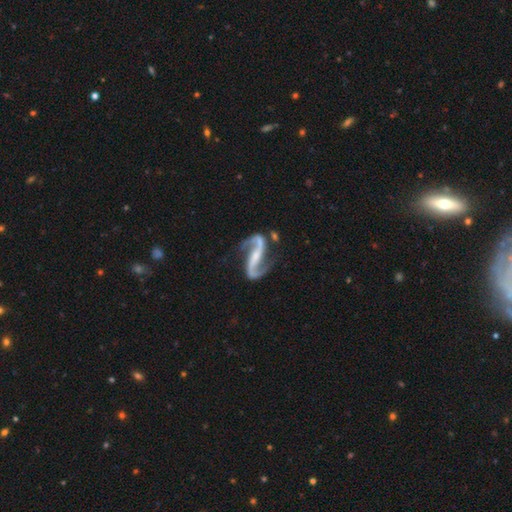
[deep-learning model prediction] A featured or disk galaxy (93%) with a strong bar (55%), 2 (94%) loose (51%) spiral arms (98%) and a small central bulge (50%).

Vote fractions:
- Smooth or featured? featured or disk: 93% / star or artifact: 4% / smooth: 3%
- Edge-on disk? no: 97% / yes: 3%
- Bar? strong: 55% / weak: 26% / no: 18%
- Spiral arms? yes: 98% / no: 2%
- Spiral winding? loose: 51% / medium: 40% / tight: 10%
- Spiral arm count? 2: 94% / 1: 1% / can't tell: 1% / 3: 1% / 4: 1% / more than 4: 1%
- Bulge size? small: 50% / moderate: 25% / none: 20% / large: 3% / dominant: 1%
- Merging? none: 73% / minor disturbance: 15% / major disturbance: 8% / merger: 4%